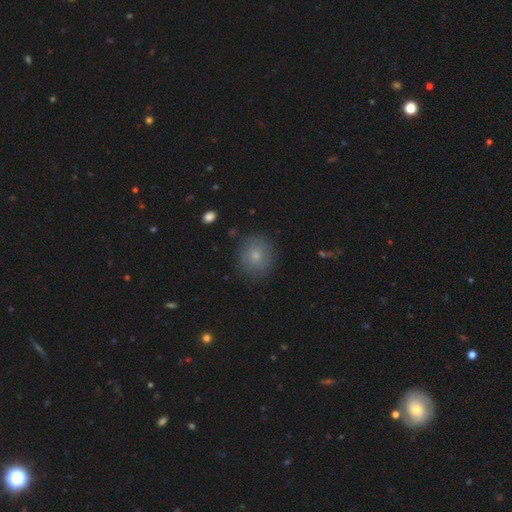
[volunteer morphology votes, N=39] smooth-or-featured: smooth: 79% | featured or disk: 13% | star or artifact: 8%
  how-rounded: round: 97% | in between: 3% | cigar-shaped: 0%
  merging: none: 81% | minor disturbance: 14% | major disturbance: 6% | merger: 0%